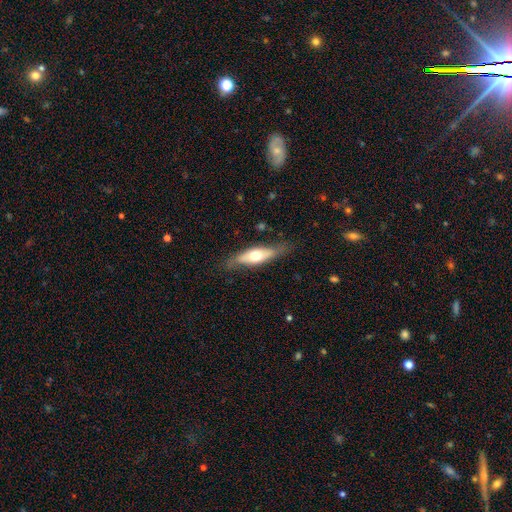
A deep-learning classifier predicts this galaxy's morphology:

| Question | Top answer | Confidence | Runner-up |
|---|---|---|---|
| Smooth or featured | smooth | 48% | featured or disk (46%) |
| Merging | none | 74% | minor disturbance (19%) |